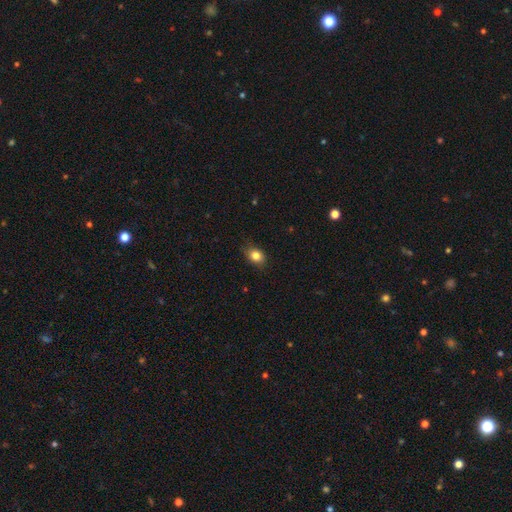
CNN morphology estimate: A smooth galaxy with no disk features (84%) that is in between round and cigar-shaped (64%). Merging: none (82%).